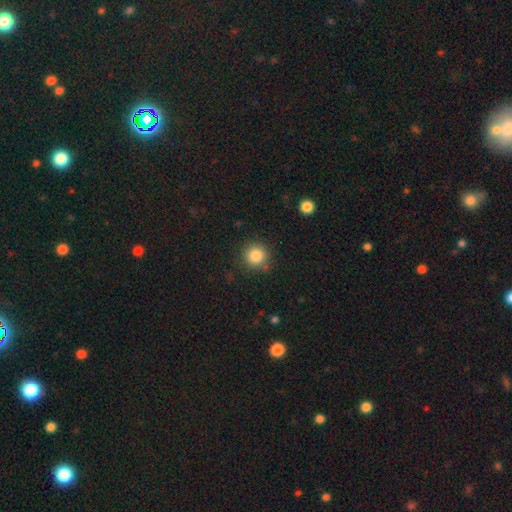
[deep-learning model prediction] Smooth or featured?
  - smooth: 84% *
  - star or artifact: 11%
  - featured or disk: 5%
How rounded?
  - round: 93% *
  - in between: 6%
  - cigar-shaped: 1%
Merging?
  - none: 85% *
  - minor disturbance: 10%
  - major disturbance: 3%
  - merger: 3%